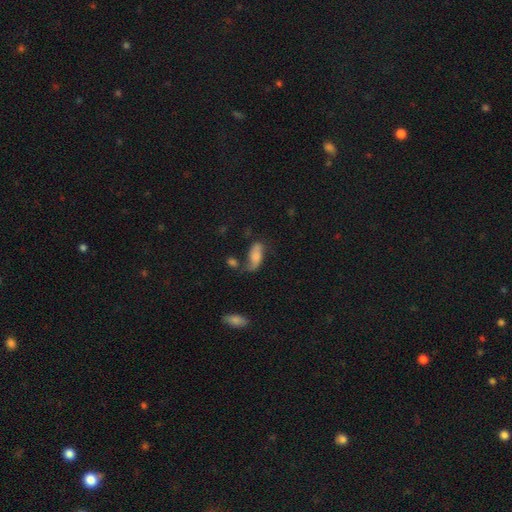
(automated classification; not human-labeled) The model was most divided on "merging": none: 42%, minor disturbance: 27%, major disturbance: 19%, merger: 12%. More confident: how rounded — in between (79%); smooth or featured — smooth (61%).